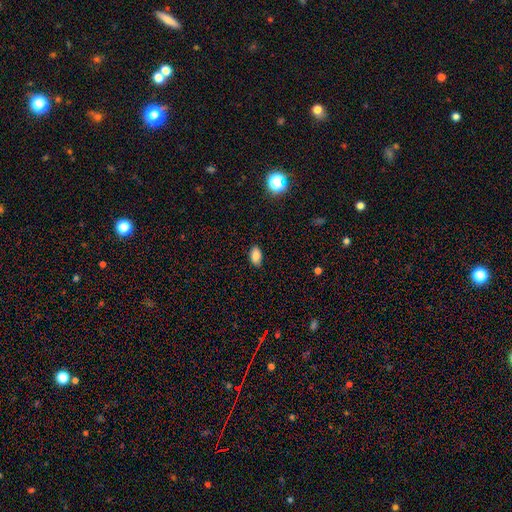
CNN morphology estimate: Smooth or featured?
  - smooth: 84% *
  - star or artifact: 10%
  - featured or disk: 6%
How rounded?
  - in between: 92% *
  - round: 6%
  - cigar-shaped: 2%
Merging?
  - none: 86% *
  - minor disturbance: 11%
  - major disturbance: 2%
  - merger: 1%